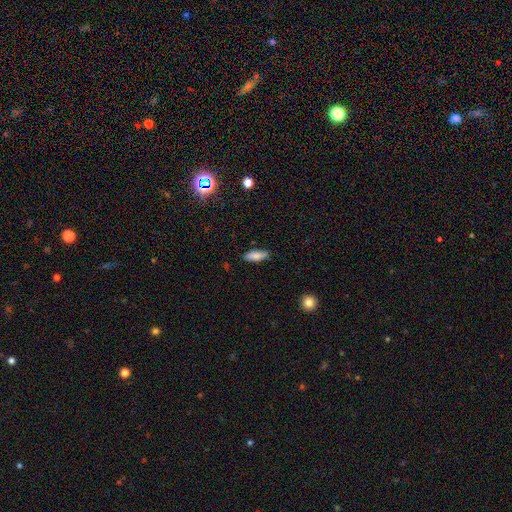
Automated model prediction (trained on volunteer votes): Morphology: type=smooth (83%); roundness=in between (62%); merging=none (84%).